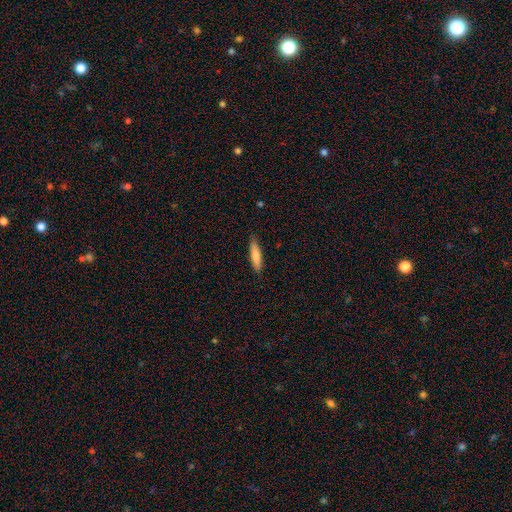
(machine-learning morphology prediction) smooth-or-featured: smooth: 76% | featured or disk: 18% | star or artifact: 6%
  how-rounded: cigar-shaped: 78% | in between: 20% | round: 1%
  merging: none: 87% | minor disturbance: 10% | major disturbance: 2% | merger: 1%